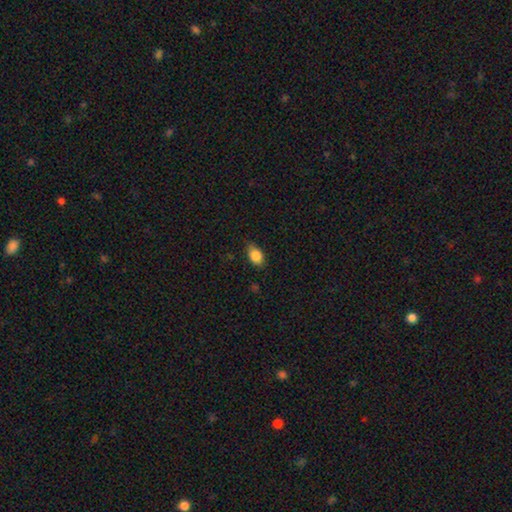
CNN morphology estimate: Smooth or featured? smooth (85%)
How rounded? in between (83%)
Merging? none (78%)